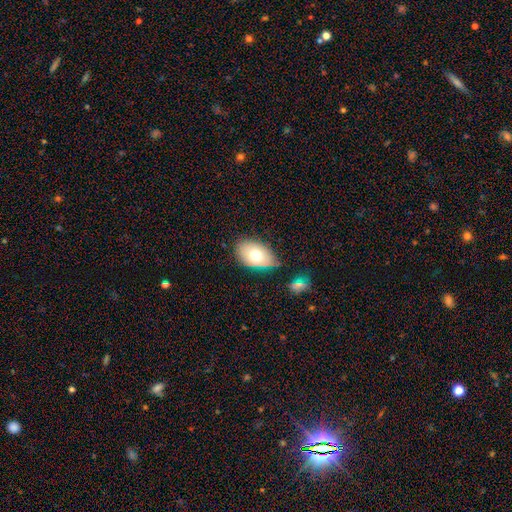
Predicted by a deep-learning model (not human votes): Morphology: type=smooth (69%); roundness=in between (86%); merging=none (69%).